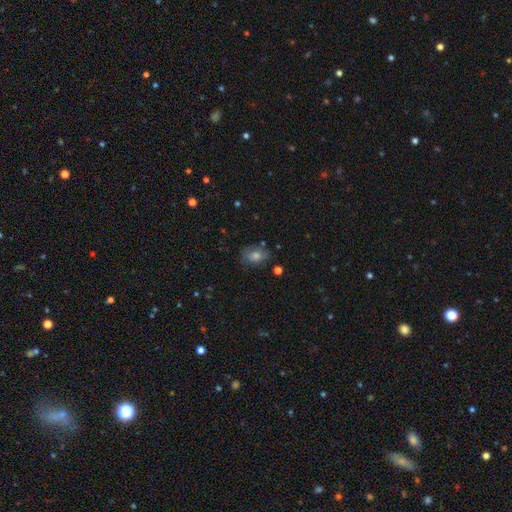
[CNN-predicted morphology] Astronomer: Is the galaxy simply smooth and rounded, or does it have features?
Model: smooth — 66%.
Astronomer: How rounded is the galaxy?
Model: in between — 74%.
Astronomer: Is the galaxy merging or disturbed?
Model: none — 74%.